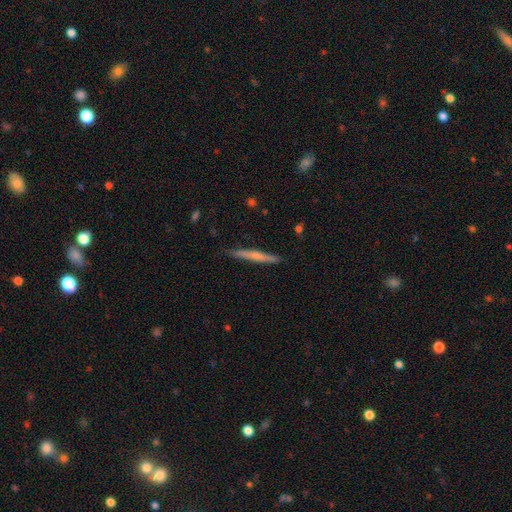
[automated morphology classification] A smooth galaxy with no disk features (50%) that is cigar-shaped (96%). Merging: none (88%).